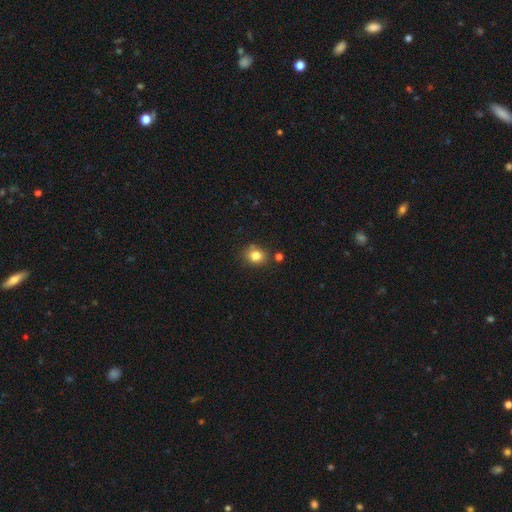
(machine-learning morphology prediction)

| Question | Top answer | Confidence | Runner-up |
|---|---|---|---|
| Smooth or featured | smooth | 81% | star or artifact (12%) |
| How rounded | round | 66% | in between (34%) |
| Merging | none | 77% | minor disturbance (13%) |